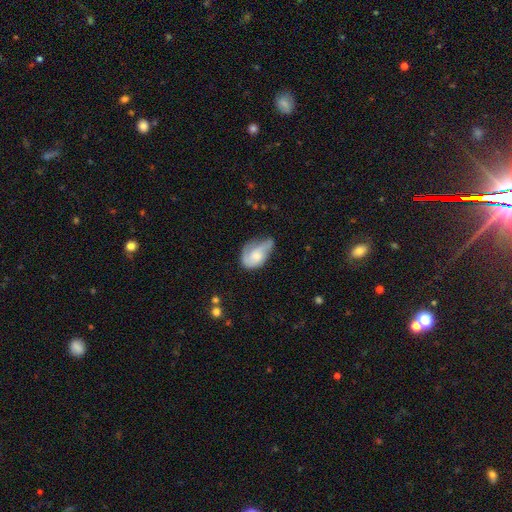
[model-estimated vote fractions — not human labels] featured or disk 47%, smooth 46%, star or artifact 7%. Down the decision tree: merging — minor disturbance (40%).